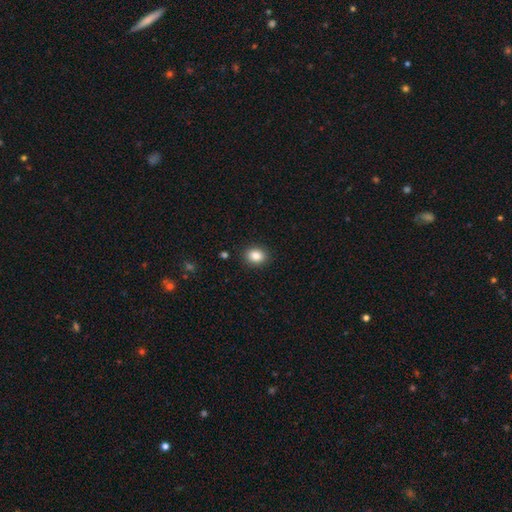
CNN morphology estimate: type=smooth (86%); roundness=in between (54%); merging=none (89%).